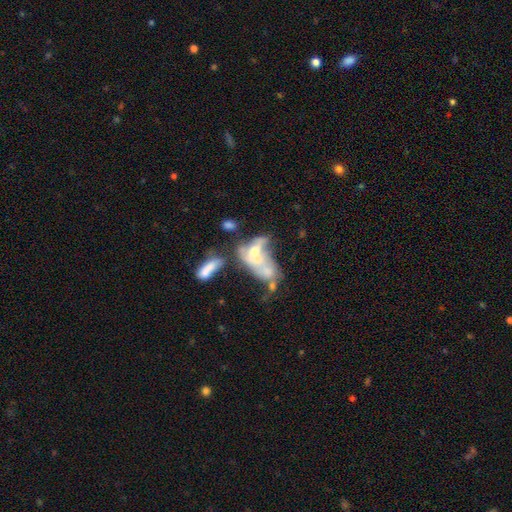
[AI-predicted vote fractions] smooth_or_featured: featured or disk (p=0.54) [alt: smooth p=0.34]
disk_edge_on: no (p=0.94) [alt: yes p=0.06]
bar: no (p=0.85) [alt: weak p=0.11]
has_spiral_arms: no (p=0.83) [alt: yes p=0.17]
bulge_size: moderate (p=0.50) [alt: small p=0.24]
merging: merger (p=0.64) [alt: major disturbance p=0.17]